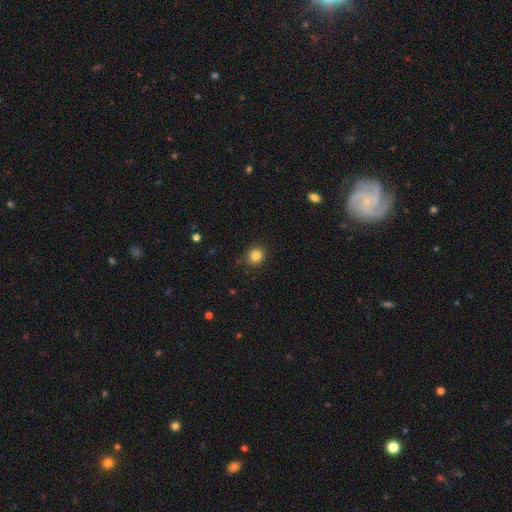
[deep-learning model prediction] This appears to be a smooth galaxy with no disk features (83%) that is round (88%). Merging: none (86%).